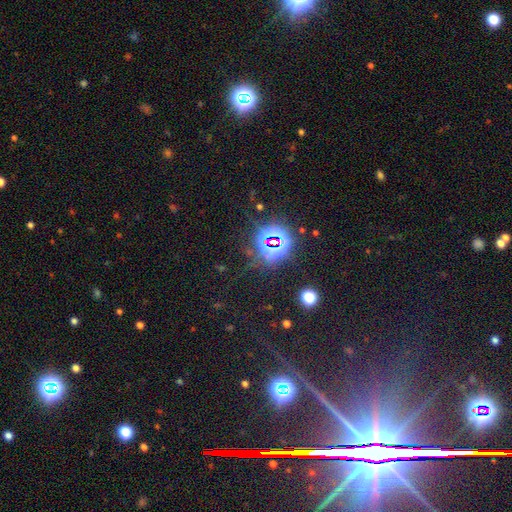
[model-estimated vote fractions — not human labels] Overall: star or artifact (80%).